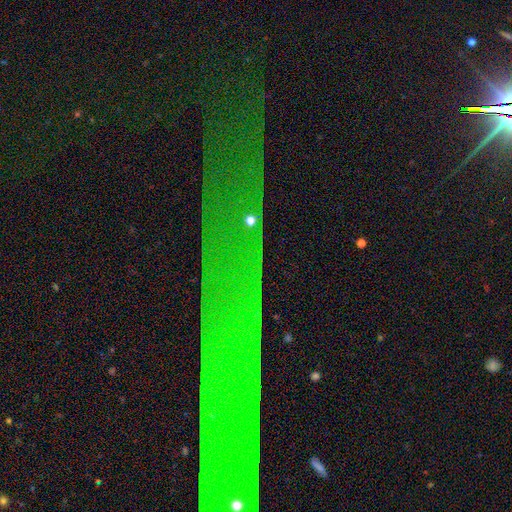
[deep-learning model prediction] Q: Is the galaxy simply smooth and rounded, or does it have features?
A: star or artifact — 79%.